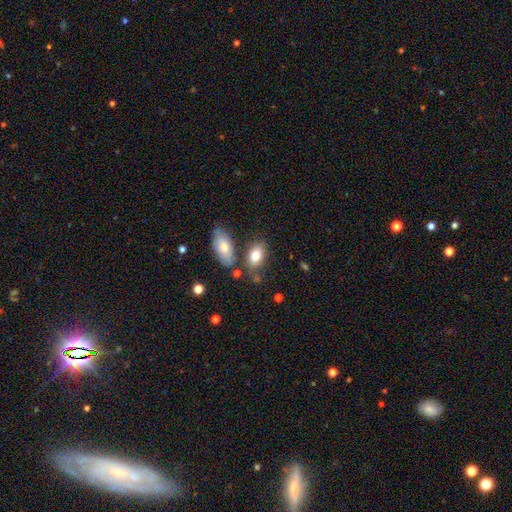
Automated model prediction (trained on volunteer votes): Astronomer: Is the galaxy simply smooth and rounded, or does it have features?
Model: smooth — 79%.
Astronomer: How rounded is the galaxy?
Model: in between — 89%.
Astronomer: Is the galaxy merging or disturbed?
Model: none — 63%.